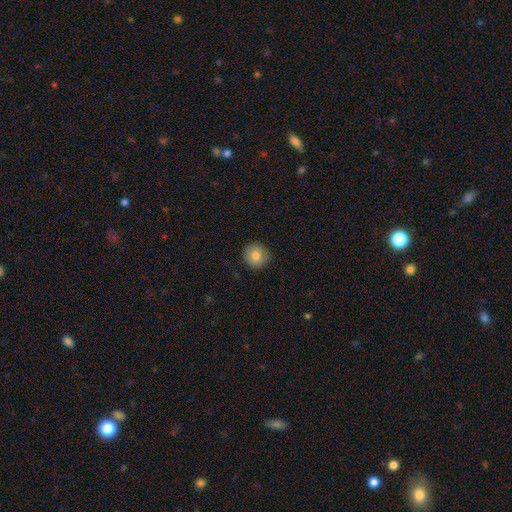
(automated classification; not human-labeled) smooth_or_featured: smooth (p=0.82) [alt: featured or disk p=0.10]
how_rounded: round (p=0.94) [alt: in between p=0.05]
merging: none (p=0.90) [alt: minor disturbance p=0.07]